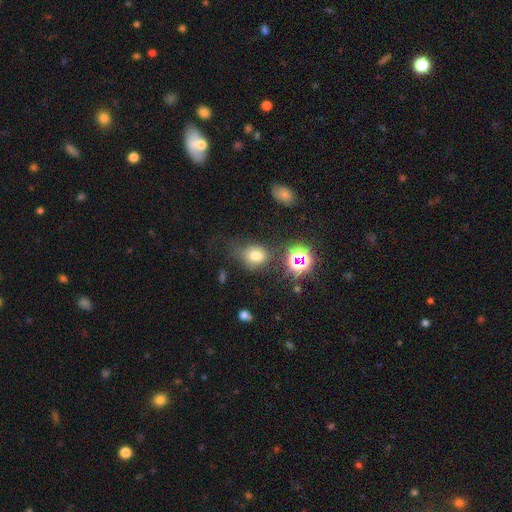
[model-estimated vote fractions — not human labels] Overall: smooth (69%). How rounded: in between (50%; round 49%). Merging: none (60%; minor disturbance 22%).